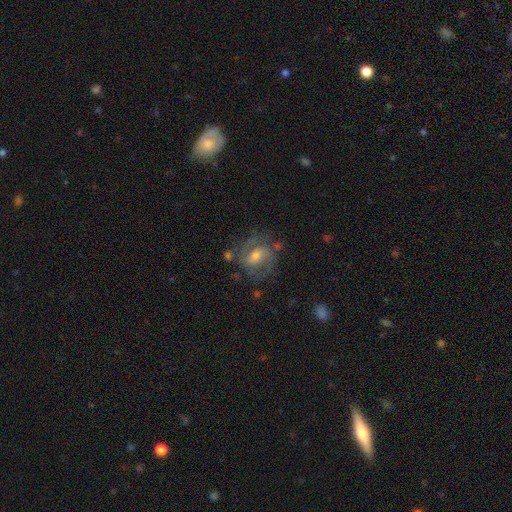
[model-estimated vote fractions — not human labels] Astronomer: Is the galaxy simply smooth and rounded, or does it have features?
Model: featured or disk — 60%.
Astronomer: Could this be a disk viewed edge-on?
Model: no — 96%.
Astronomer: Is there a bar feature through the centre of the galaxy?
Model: weak — 46% (runner-up: no, 35%).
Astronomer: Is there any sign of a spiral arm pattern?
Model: yes — 75%.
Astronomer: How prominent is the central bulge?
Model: moderate — 59%.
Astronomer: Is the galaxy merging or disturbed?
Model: none — 59%.